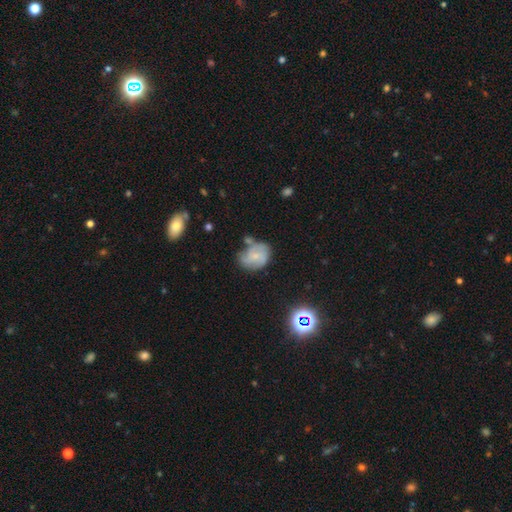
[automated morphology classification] type=featured or disk (45%, tied with smooth); merging=none (46%).